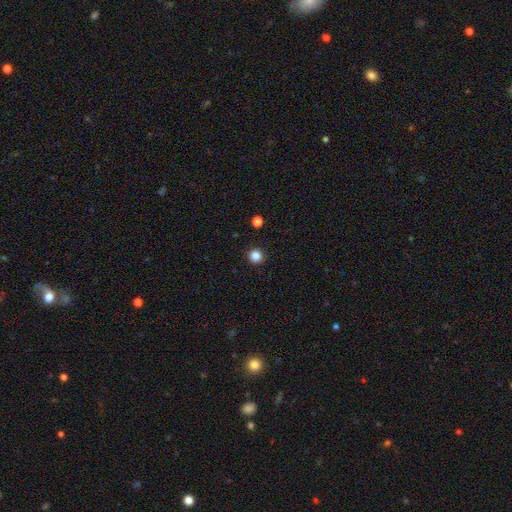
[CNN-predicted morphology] type=smooth (84%); roundness=round (95%); merging=none (93%).